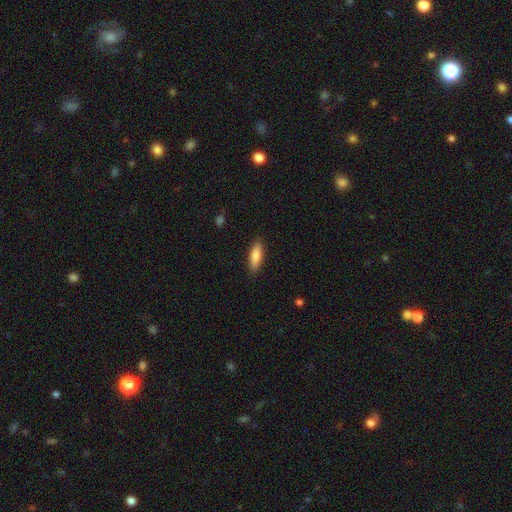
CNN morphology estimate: Smooth or featured? Predicted: smooth (p=0.83). How rounded? Predicted: cigar-shaped (p=0.52). Merging? Predicted: none (p=0.88).